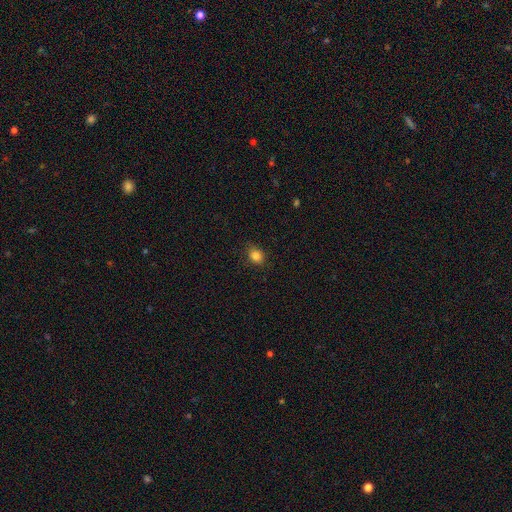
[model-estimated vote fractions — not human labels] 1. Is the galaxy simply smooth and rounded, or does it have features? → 84% smooth, 12% star or artifact, 4% featured or disk.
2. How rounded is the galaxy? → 55% round, 44% in between, 1% cigar-shaped.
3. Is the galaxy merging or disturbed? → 80% none, 15% minor disturbance, 4% major disturbance, 1% merger.